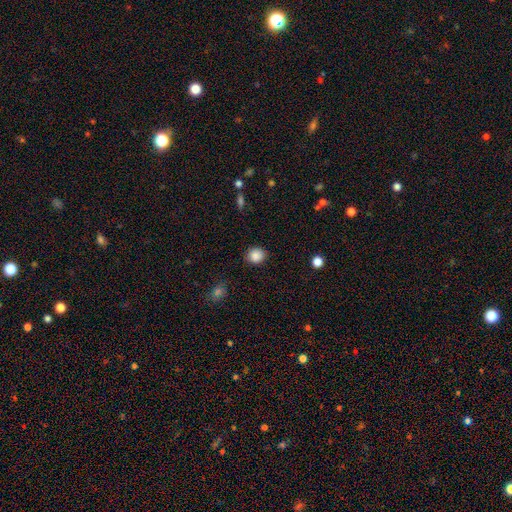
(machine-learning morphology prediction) This is clearly a smooth galaxy (87%). How rounded: likely round (80%). Merging: clearly none (88%).